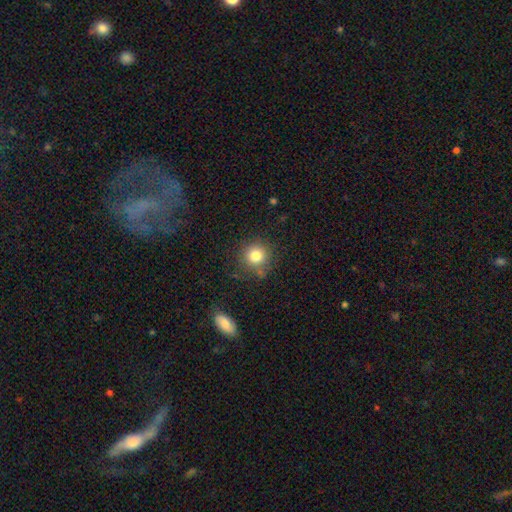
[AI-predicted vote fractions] This is clearly a smooth galaxy (81%). How rounded: clearly round (91%). Merging: likely none (78%).